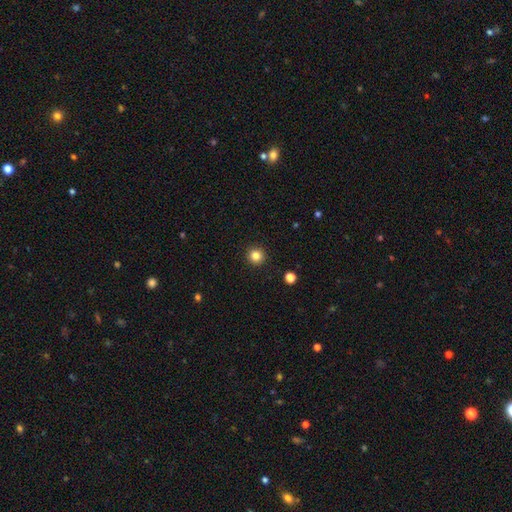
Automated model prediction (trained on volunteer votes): A smooth galaxy with no disk features (83%) that is round (95%).

Vote fractions:
- Smooth or featured? smooth: 83% / star or artifact: 12% / featured or disk: 5%
- How rounded? round: 95% / in between: 4% / cigar-shaped: 1%
- Merging? none: 93% / minor disturbance: 4% / major disturbance: 2% / merger: 1%